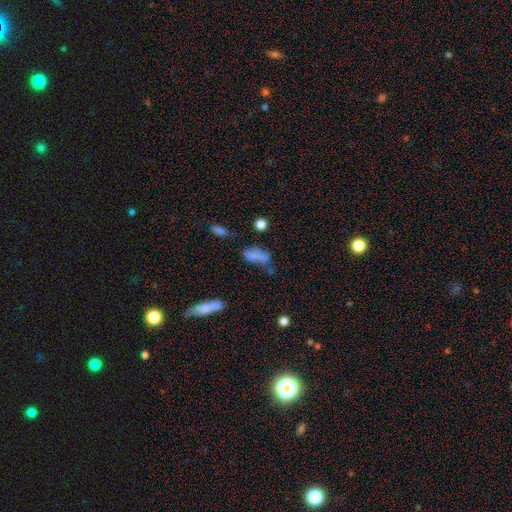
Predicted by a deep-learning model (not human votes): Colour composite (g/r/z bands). It shows a smooth galaxy with no disk features (67%) that is in between round and cigar-shaped (77%). Merging: none (32%).